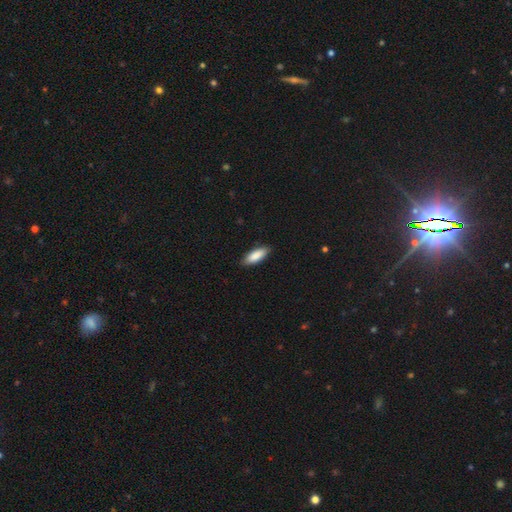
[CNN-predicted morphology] Smooth or featured: smooth — 87% (featured or disk — 8%)
How rounded: in between — 66% (cigar-shaped — 32%)
Merging: none — 88% (minor disturbance — 9%)